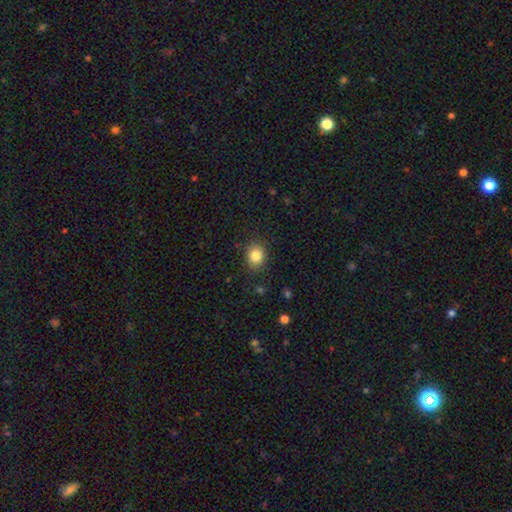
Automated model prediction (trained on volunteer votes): smooth_or_featured: smooth (p=0.84) [alt: star or artifact p=0.10]
how_rounded: round (p=0.65) [alt: in between p=0.34]
merging: none (p=0.87) [alt: minor disturbance p=0.09]